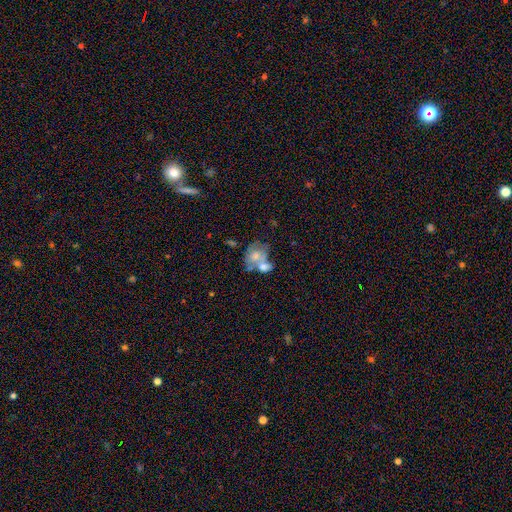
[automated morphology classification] Smooth or featured?
  - smooth: 55% *
  - featured or disk: 37%
  - star or artifact: 8%
How rounded?
  - in between: 61% *
  - round: 37%
  - cigar-shaped: 1%
Merging?
  - merger: 60% *
  - none: 19%
  - minor disturbance: 11%
  - major disturbance: 10%